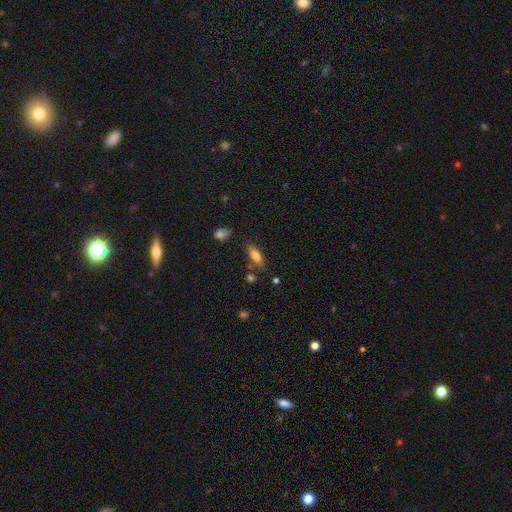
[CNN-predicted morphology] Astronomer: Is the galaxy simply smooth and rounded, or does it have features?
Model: smooth — 73%.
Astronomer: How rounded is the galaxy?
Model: in between — 66%.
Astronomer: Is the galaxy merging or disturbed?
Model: none — 75%.